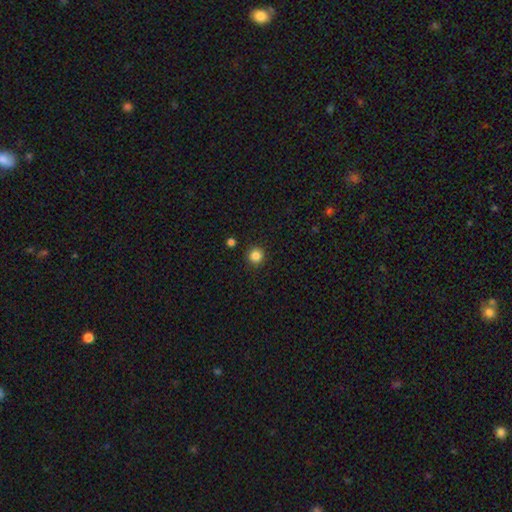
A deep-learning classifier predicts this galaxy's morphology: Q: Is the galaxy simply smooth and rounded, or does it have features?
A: smooth — 85%.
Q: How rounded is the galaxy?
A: round — 95%.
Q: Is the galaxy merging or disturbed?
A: none — 91%.